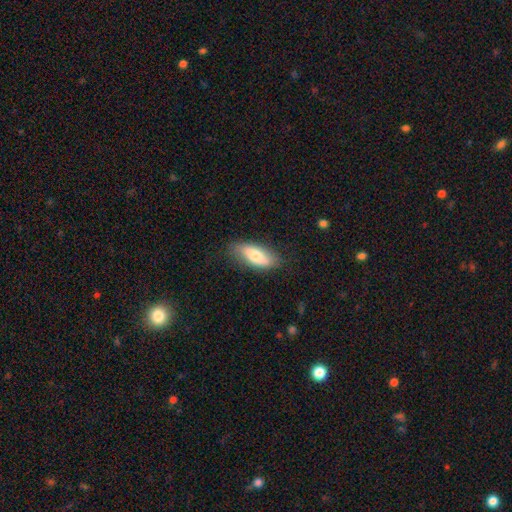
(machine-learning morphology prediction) This appears to be a smooth galaxy with no disk features (66%) that is in between round and cigar-shaped (77%). Merging: none (79%).